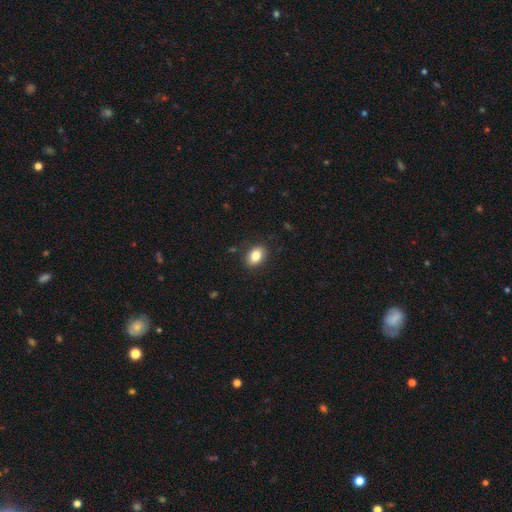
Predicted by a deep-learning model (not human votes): Smooth or featured?
  - smooth: 83% *
  - featured or disk: 8%
  - star or artifact: 8%
How rounded?
  - in between: 81% *
  - round: 18%
  - cigar-shaped: 1%
Merging?
  - none: 88% *
  - minor disturbance: 9%
  - major disturbance: 2%
  - merger: 1%